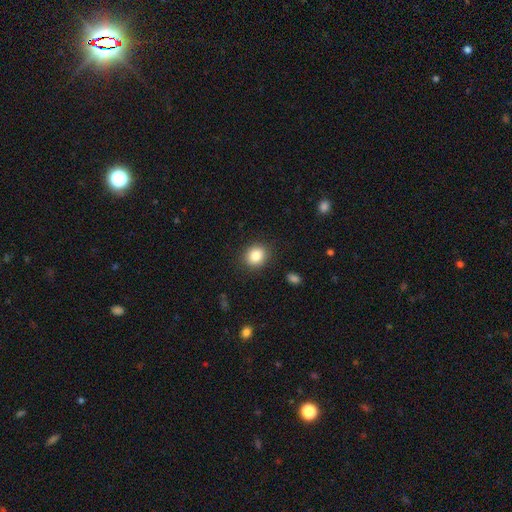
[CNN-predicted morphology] Smooth or featured?
  - smooth: 85% *
  - star or artifact: 9%
  - featured or disk: 6%
How rounded?
  - round: 73% *
  - in between: 26%
  - cigar-shaped: 1%
Merging?
  - none: 88% *
  - minor disturbance: 8%
  - major disturbance: 3%
  - merger: 1%